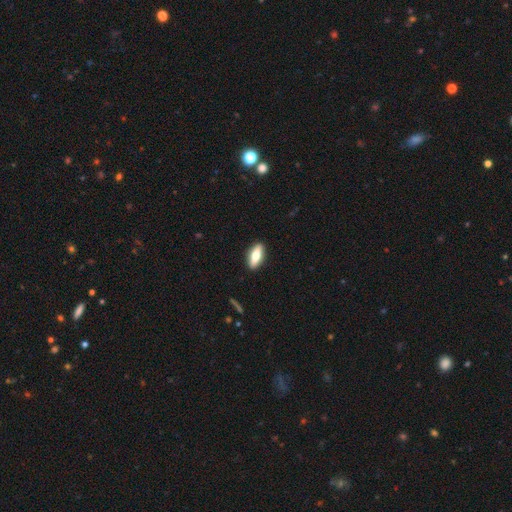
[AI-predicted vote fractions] This is likely a smooth galaxy (63%). How rounded: likely in between (71%). Merging: clearly none (89%).